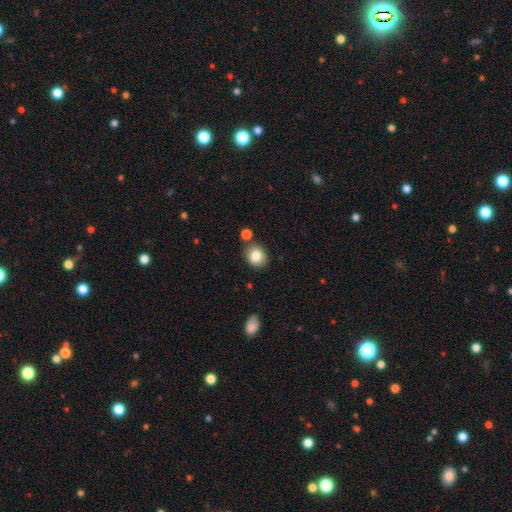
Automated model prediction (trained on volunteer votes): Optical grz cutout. It shows a smooth galaxy with no disk features (84%) that is round (68%). Merging: none (77%).